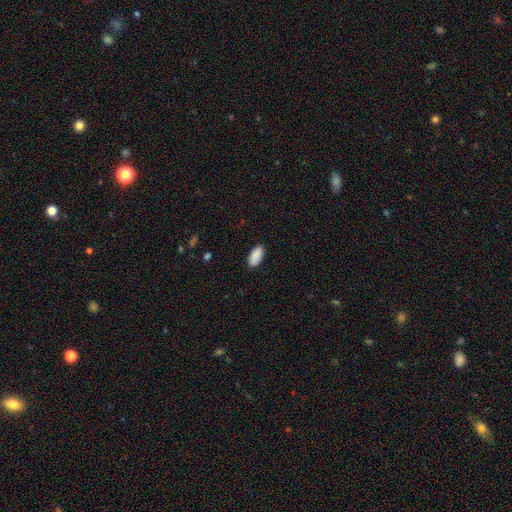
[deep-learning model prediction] Q: Smooth or featured?
A: smooth (89%); runner-up: star or artifact (6%)
Q: How rounded?
A: in between (92%); runner-up: cigar-shaped (6%)
Q: Merging?
A: none (87%); runner-up: minor disturbance (10%)